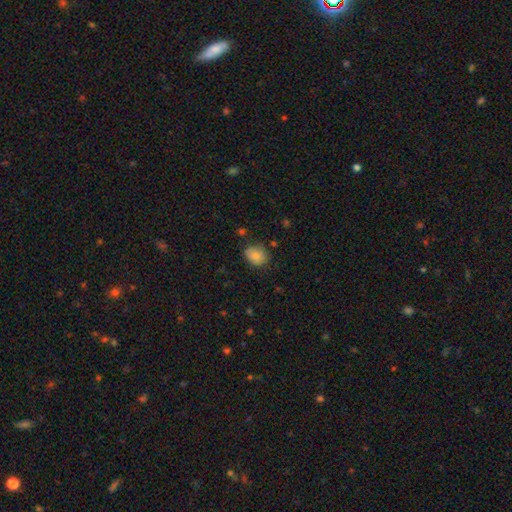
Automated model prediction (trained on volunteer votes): smooth 85%, star or artifact 9%, featured or disk 7%. Down the decision tree: how rounded — in between (54%); merging — none (72%).